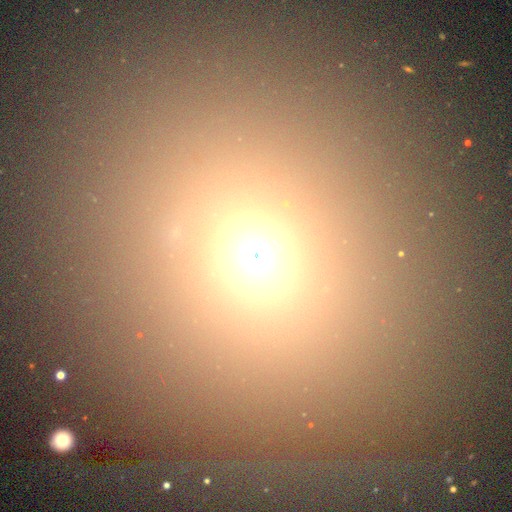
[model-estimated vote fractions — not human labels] The model was most divided on "smooth or featured": smooth: 64%, star or artifact: 25%, featured or disk: 11%. More confident: merging — none (77%); how rounded — round (70%).